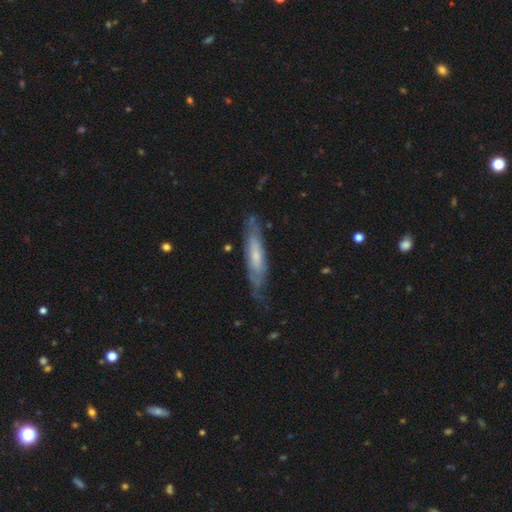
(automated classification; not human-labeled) A featured or disk galaxy (55%) viewed edge-on (55%).

Vote fractions:
- Smooth or featured? featured or disk: 55% / smooth: 39% / star or artifact: 6%
- Edge-on disk? yes: 55% / no: 45%
- Merging? none: 65% / minor disturbance: 25% / major disturbance: 8% / merger: 2%